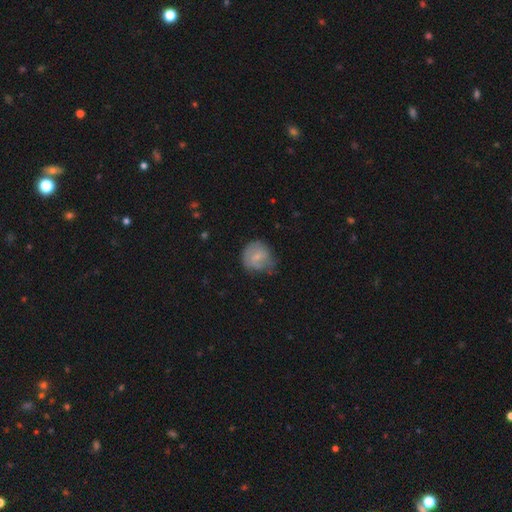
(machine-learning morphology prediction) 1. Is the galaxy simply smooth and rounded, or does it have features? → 57% smooth, 35% featured or disk, 8% star or artifact.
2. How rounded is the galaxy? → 80% round, 19% in between, 1% cigar-shaped.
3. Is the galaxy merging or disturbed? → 54% none, 32% minor disturbance, 13% major disturbance, 2% merger.